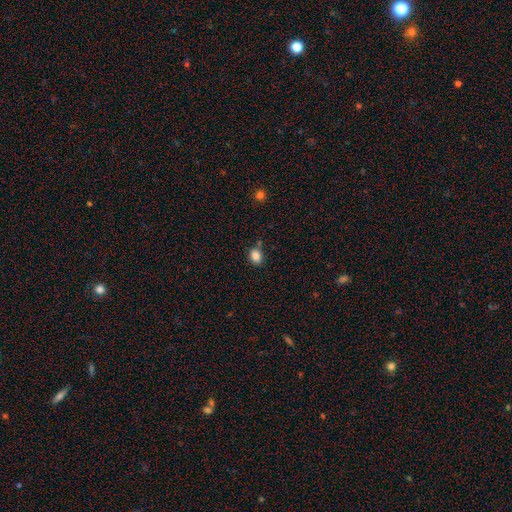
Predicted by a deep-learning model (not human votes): This appears to be a smooth galaxy with no disk features (85%) that is in between round and cigar-shaped (64%). Merging: none (74%).